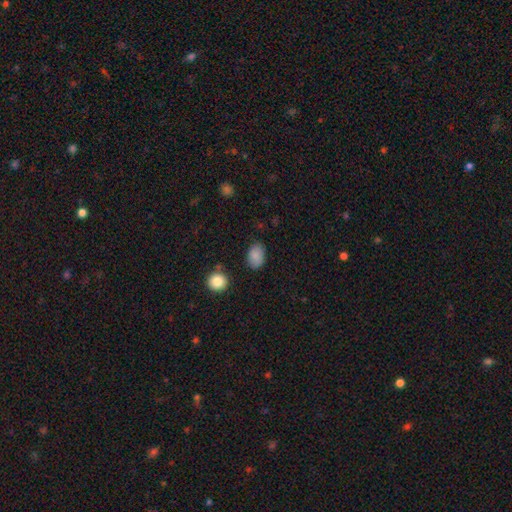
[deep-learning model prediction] Smooth or featured?
  - smooth: 86% *
  - star or artifact: 8%
  - featured or disk: 6%
How rounded?
  - in between: 83% *
  - round: 16%
  - cigar-shaped: 1%
Merging?
  - none: 80% *
  - minor disturbance: 14%
  - major disturbance: 3%
  - merger: 2%